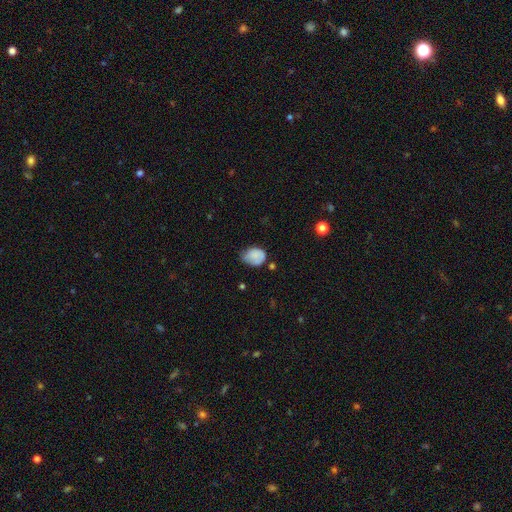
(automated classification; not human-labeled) A smooth galaxy with no disk features (77%) that is in between round and cigar-shaped (62%).

Vote fractions:
- Smooth or featured? smooth: 77% / featured or disk: 15% / star or artifact: 9%
- How rounded? in between: 62% / round: 37% / cigar-shaped: 1%
- Merging? none: 43% / minor disturbance: 40% / major disturbance: 13% / merger: 3%